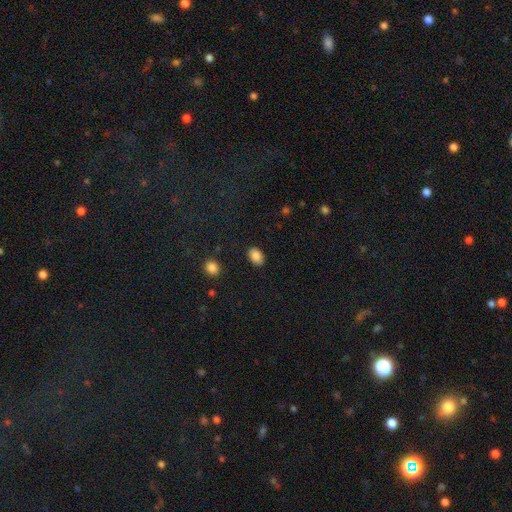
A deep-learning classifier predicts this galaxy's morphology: smooth_or_featured: smooth (p=0.86) [alt: star or artifact p=0.08]
how_rounded: in between (p=0.84) [alt: round p=0.15]
merging: none (p=0.88) [alt: minor disturbance p=0.09]